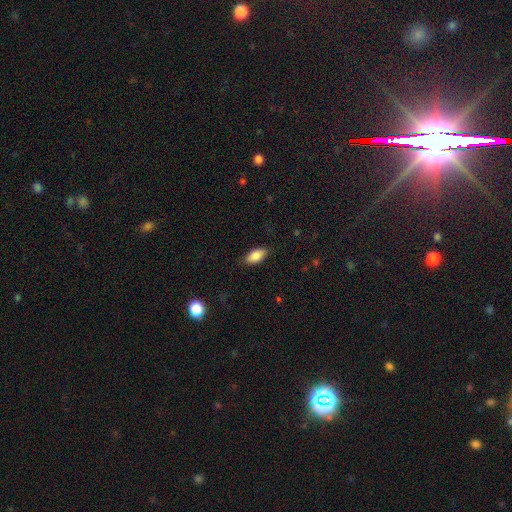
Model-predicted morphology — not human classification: A smooth galaxy with no disk features (84%) that is in between round and cigar-shaped (90%).

Vote fractions:
- Smooth or featured? smooth: 84% / featured or disk: 9% / star or artifact: 7%
- How rounded? in between: 90% / cigar-shaped: 7% / round: 3%
- Merging? none: 82% / minor disturbance: 14% / major disturbance: 3% / merger: 1%